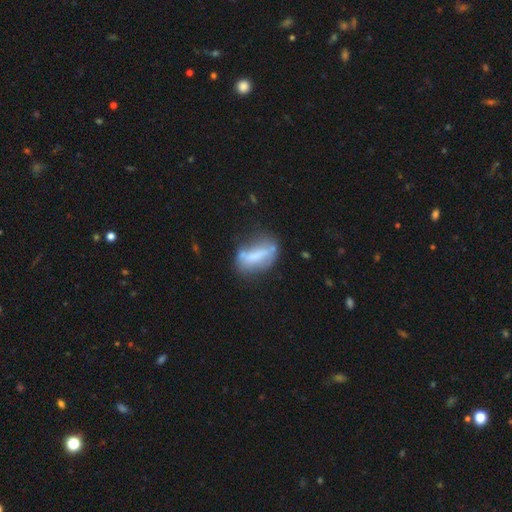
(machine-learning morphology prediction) A smooth galaxy with no disk features (49%). Merging: none (44%).